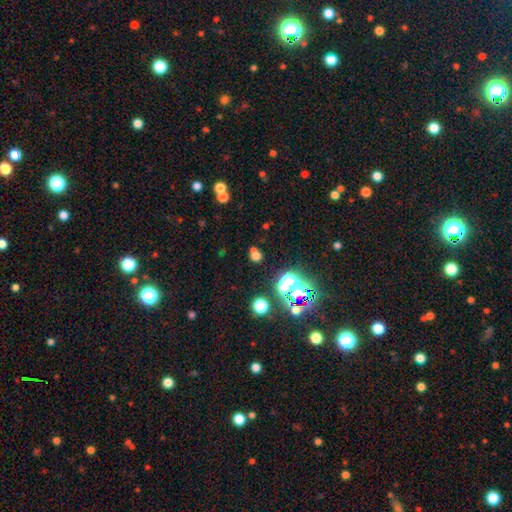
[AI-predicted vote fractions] smooth 57%, star or artifact 32%, featured or disk 10%. Down the decision tree: how rounded — round (62%); merging — none (57%).